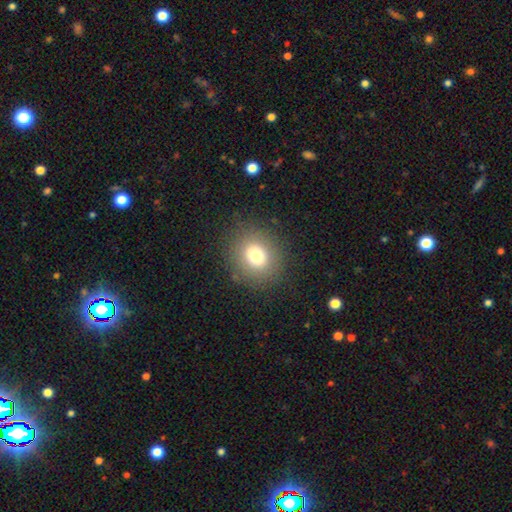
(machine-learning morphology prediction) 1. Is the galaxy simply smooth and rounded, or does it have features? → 74% smooth, 14% star or artifact, 12% featured or disk.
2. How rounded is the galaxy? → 82% round, 17% in between, 1% cigar-shaped.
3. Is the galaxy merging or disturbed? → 87% none, 8% minor disturbance, 4% major disturbance, 1% merger.